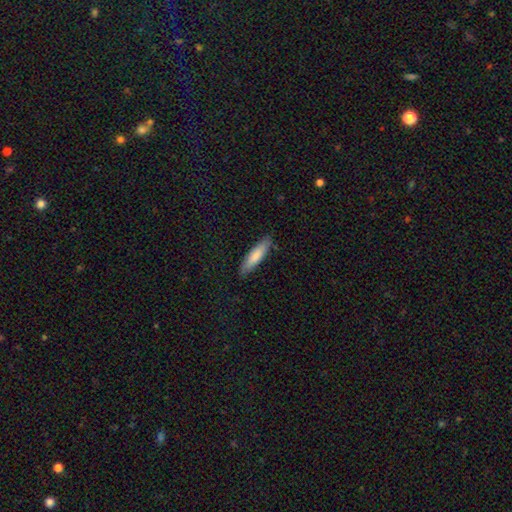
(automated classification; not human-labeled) The model was most divided on "how rounded": cigar-shaped: 71%, in between: 28%, round: 1%. More confident: merging — none (85%); smooth or featured — smooth (79%).